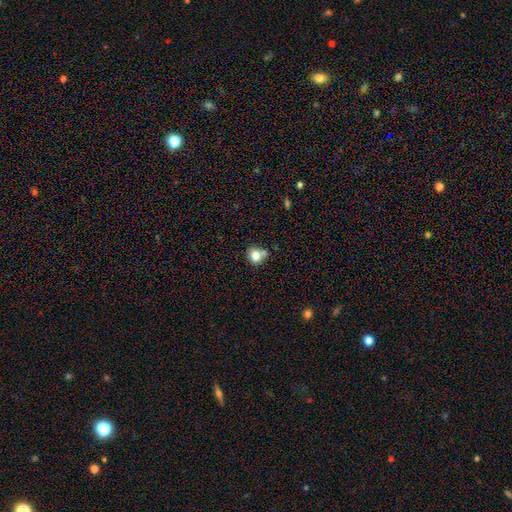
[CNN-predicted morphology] Smooth or featured: smooth — 78% (featured or disk — 11%)
How rounded: round — 79% (in between — 20%)
Merging: none — 54% (merger — 21%)